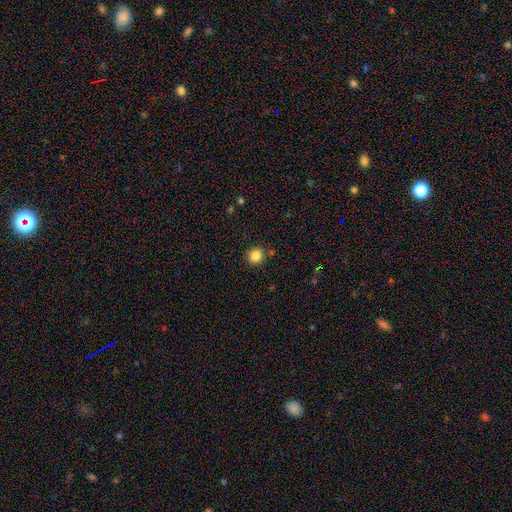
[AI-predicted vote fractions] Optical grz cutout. It shows a smooth galaxy with no disk features (84%) that is round (89%). Merging: none (88%).